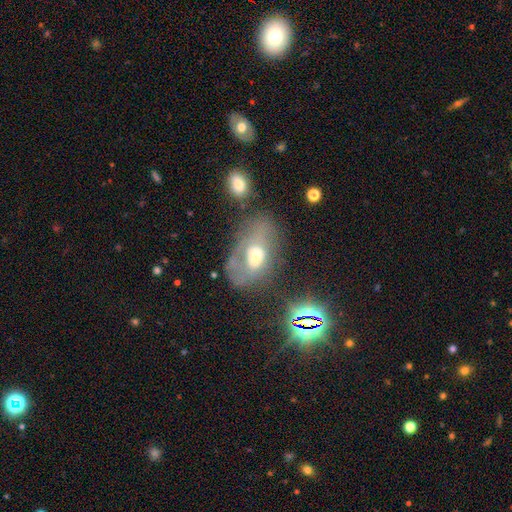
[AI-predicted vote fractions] The model was most divided on "merging": major disturbance: 38%, none: 30%, minor disturbance: 21%, merger: 11%. More confident: edge-on disk — no (93%); smooth or featured — featured or disk (52%).